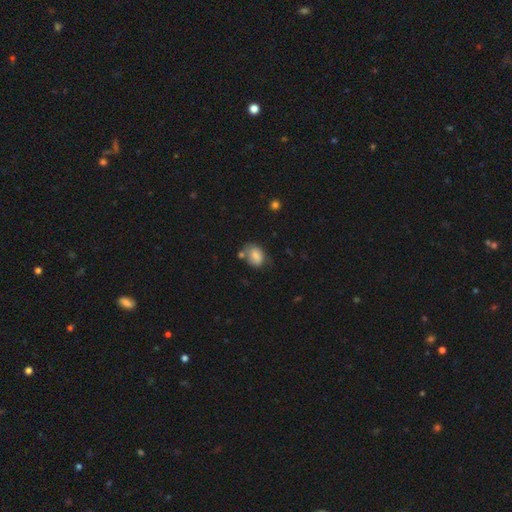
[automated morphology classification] Overall: smooth (76%). How rounded: in between (71%). Merging: none (49%; minor disturbance 27%).